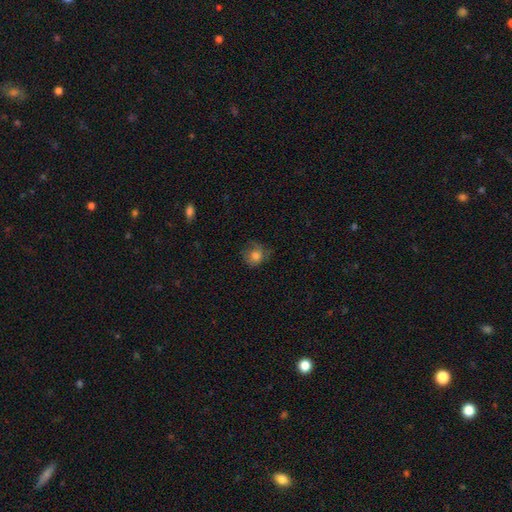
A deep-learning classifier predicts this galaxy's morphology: type=smooth (75%); roundness=round (80%); merging=none (59%).